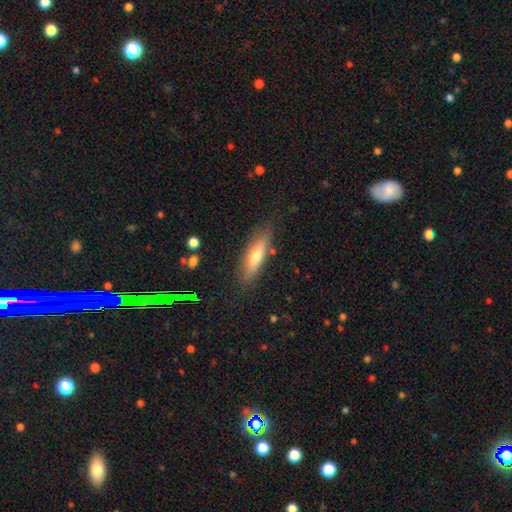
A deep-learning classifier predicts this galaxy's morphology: Smooth or featured? Predicted: smooth (p=0.59). How rounded? Predicted: cigar-shaped (p=0.64). Merging? Predicted: none (p=0.82).